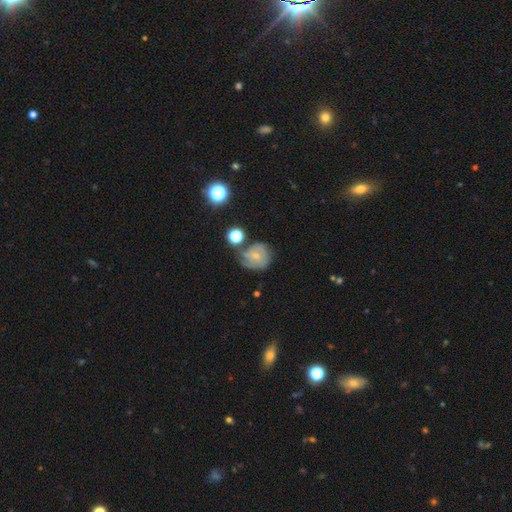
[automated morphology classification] Smooth or featured? featured or disk (53%)
Edge-on disk? no (97%)
Bar? no (66%)
Spiral arms? yes (82%)
Bulge size? small (71%)
Merging? none (49%)